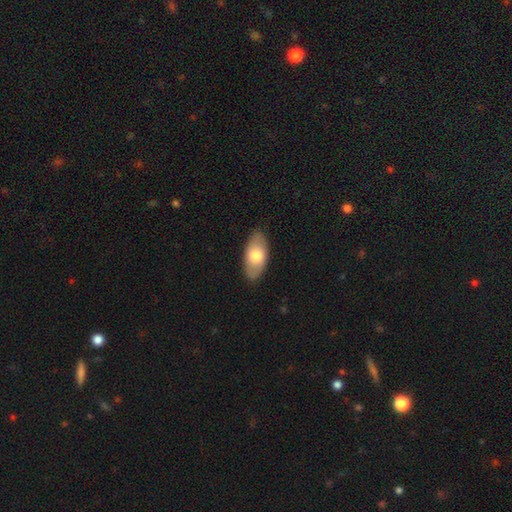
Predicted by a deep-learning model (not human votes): The model was most divided on "smooth or featured": smooth: 67%, featured or disk: 28%, star or artifact: 5%. More confident: how rounded — in between (92%); merging — none (85%).